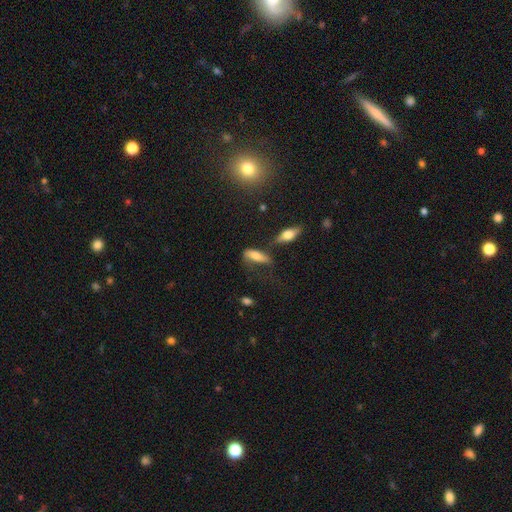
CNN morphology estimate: type=smooth (71%); roundness=in between (69%); merging=none (36%).